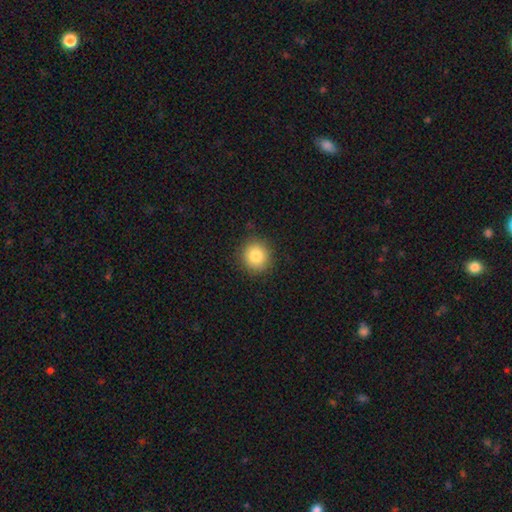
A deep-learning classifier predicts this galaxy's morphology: Smooth or featured? smooth (82%)
How rounded? round (91%)
Merging? none (90%)